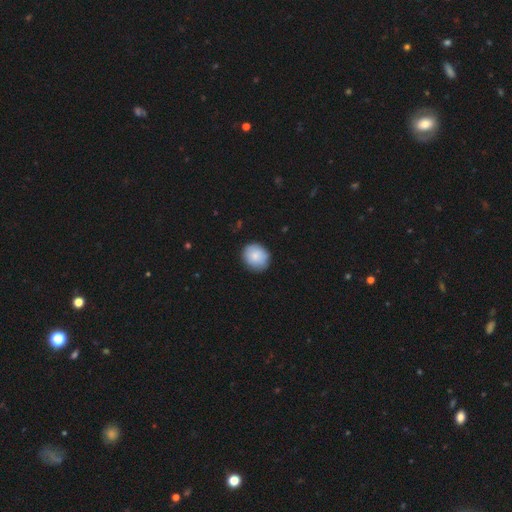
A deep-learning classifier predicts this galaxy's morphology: Smooth or featured? smooth (85%)
How rounded? round (79%)
Merging? none (85%)